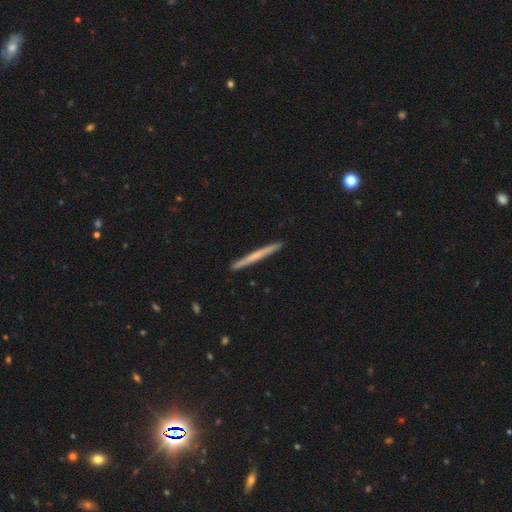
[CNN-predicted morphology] smooth_or_featured: smooth (p=0.51) [alt: featured or disk p=0.43]
how_rounded: cigar-shaped (p=0.97) [alt: in between p=0.01]
merging: none (p=0.93) [alt: minor disturbance p=0.05]